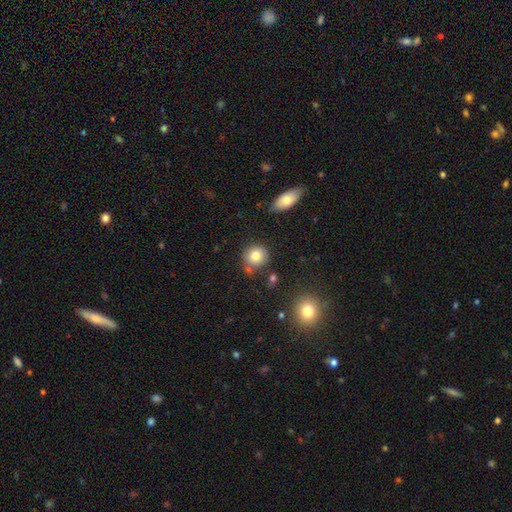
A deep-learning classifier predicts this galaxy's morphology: Q: Smooth or featured?
A: smooth (81%); runner-up: featured or disk (10%)
Q: How rounded?
A: round (84%); runner-up: in between (15%)
Q: Merging?
A: none (73%); runner-up: minor disturbance (14%)